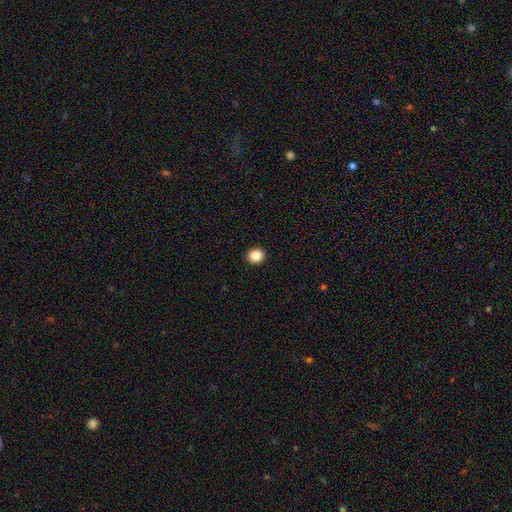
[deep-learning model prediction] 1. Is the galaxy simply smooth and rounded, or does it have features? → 87% smooth, 10% star or artifact, 3% featured or disk.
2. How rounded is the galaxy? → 84% round, 15% in between, 1% cigar-shaped.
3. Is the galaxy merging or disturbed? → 93% none, 5% minor disturbance, 2% major disturbance, 1% merger.